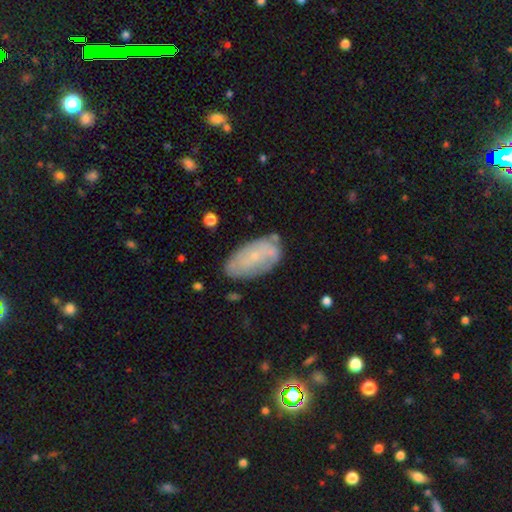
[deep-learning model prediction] Q: Smooth or featured?
A: smooth (48%); runner-up: featured or disk (44%)
Q: Merging?
A: none (69%); runner-up: minor disturbance (23%)